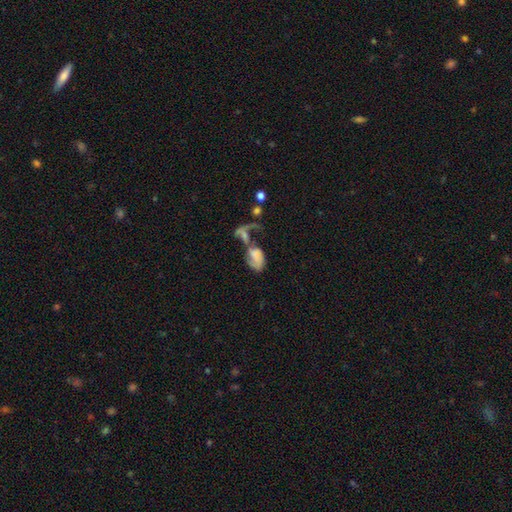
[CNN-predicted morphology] Overall: featured or disk (47%; smooth 43%). Merging: merger (55%; major disturbance 27%).